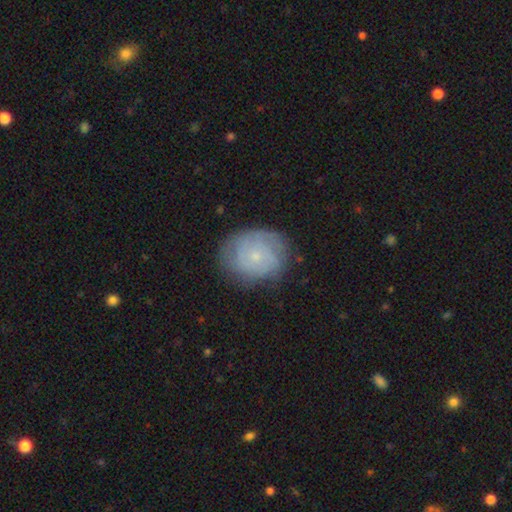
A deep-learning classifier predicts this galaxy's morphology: Overall: featured or disk (61%; smooth 31%). Edge-on disk: no (97%). Bar: no (81%). Spiral arms: yes (86%). Spiral arm count: can't tell (45%; 2 20%). Spiral winding: tight (66%). Bulge size: small (78%). Merging: none (74%).